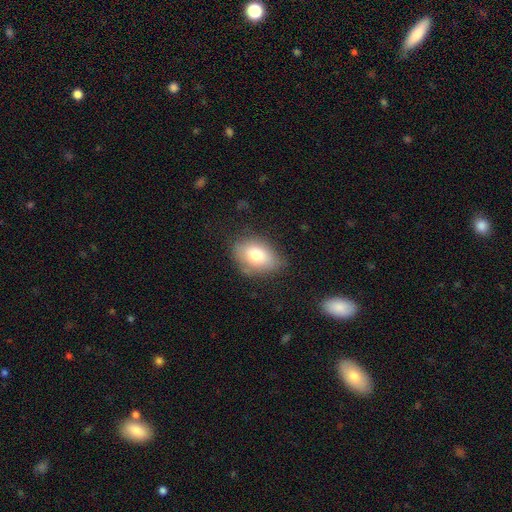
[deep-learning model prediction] Morphology: type=smooth (76%); roundness=in between (81%); merging=none (70%).